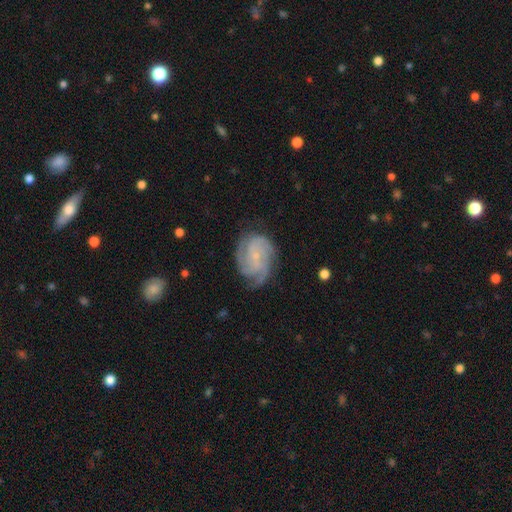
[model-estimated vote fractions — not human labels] A featured or disk galaxy (86%) with no bar (62%), 3 (38%) tight (58%) spiral arms (97%) and a small central bulge (78%). Merging: none (70%).